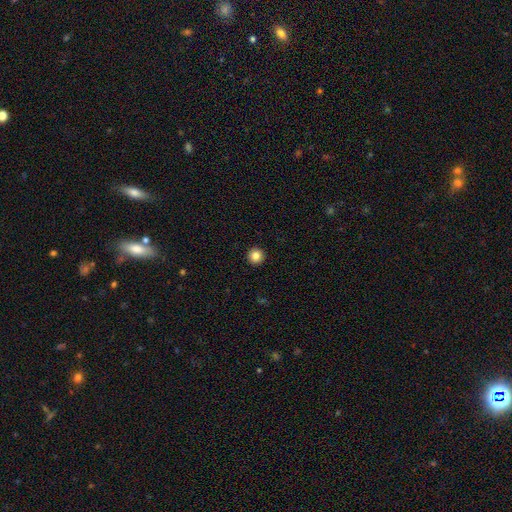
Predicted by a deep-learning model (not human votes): smooth 84%, star or artifact 10%, featured or disk 5%. Down the decision tree: how rounded — round (96%); merging — none (94%).